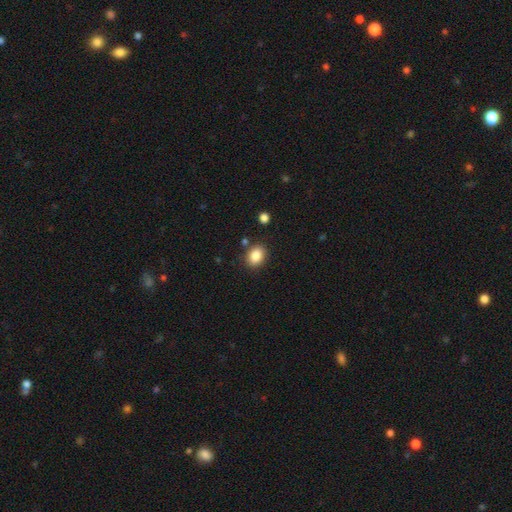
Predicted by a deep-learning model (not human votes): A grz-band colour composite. It shows a smooth galaxy with no disk features (86%) that is in between round and cigar-shaped (59%). Merging: none (83%).